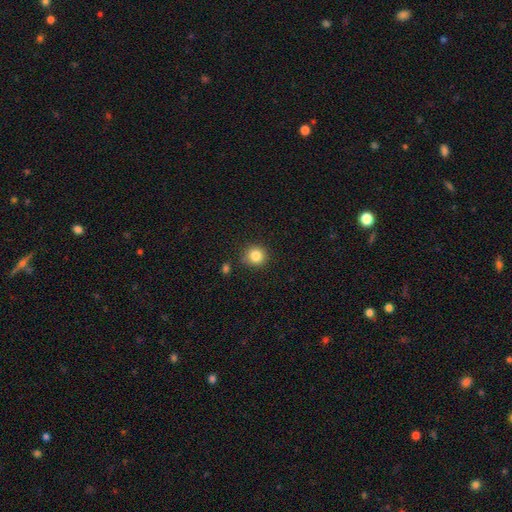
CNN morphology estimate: This appears to be a smooth galaxy with no disk features (85%) that is round (92%). Merging: none (84%).